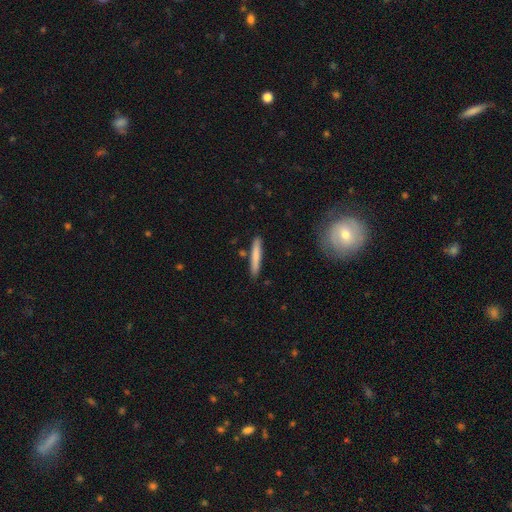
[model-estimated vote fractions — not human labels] This is likely a smooth galaxy (77%). How rounded: clearly cigar-shaped (94%). Merging: clearly none (86%).